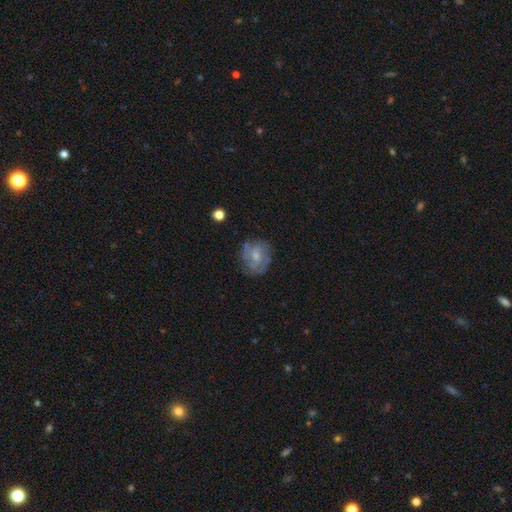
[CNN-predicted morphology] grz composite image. It shows a featured or disk galaxy (56%) with no bar (69%), spiral arms (62%) and a small central bulge (48%). Merging: none (66%).